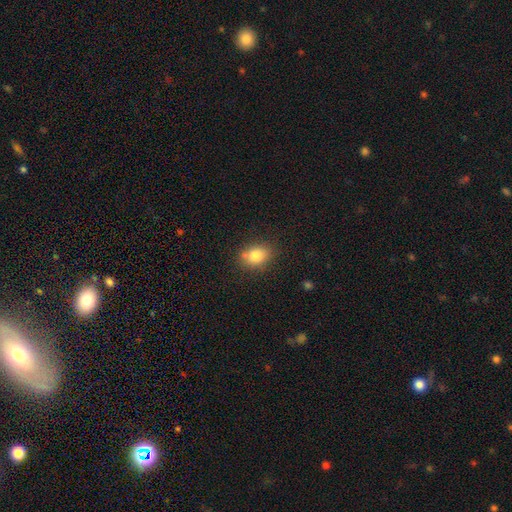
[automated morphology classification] Q: Smooth or featured?
A: smooth (81%); runner-up: star or artifact (10%)
Q: How rounded?
A: in between (61%); runner-up: round (38%)
Q: Merging?
A: none (75%); runner-up: minor disturbance (16%)